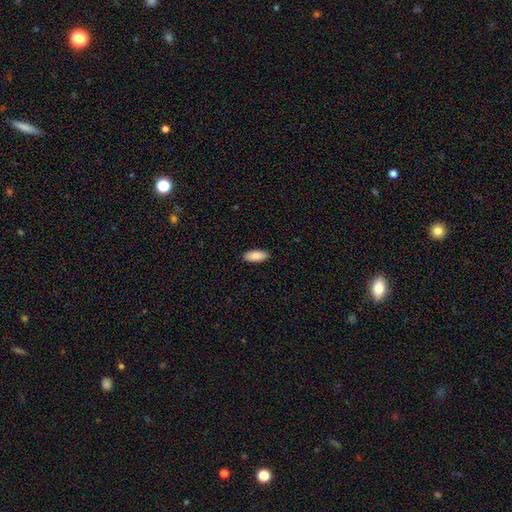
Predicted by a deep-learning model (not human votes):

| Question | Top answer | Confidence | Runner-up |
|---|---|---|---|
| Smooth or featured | smooth | 89% | star or artifact (6%) |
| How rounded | in between | 83% | cigar-shaped (15%) |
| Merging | none | 91% | minor disturbance (7%) |